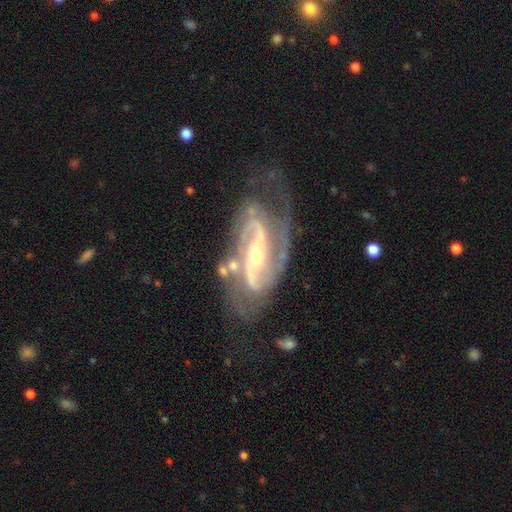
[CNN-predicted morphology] smooth_or_featured: featured or disk (p=0.91) [alt: star or artifact p=0.05]
disk_edge_on: no (p=0.95) [alt: yes p=0.05]
bar: strong (p=0.50) [alt: weak p=0.30]
has_spiral_arms: yes (p=0.98) [alt: no p=0.02]
spiral_winding: medium (p=0.50) [alt: tight p=0.34]
spiral_arm_count: 2 (p=0.84) [alt: 3 p=0.06]
bulge_size: small (p=0.52) [alt: moderate p=0.44]
merging: none (p=0.63) [alt: minor disturbance p=0.21]